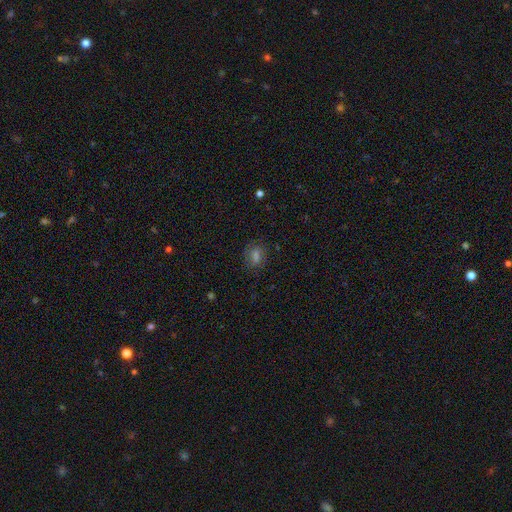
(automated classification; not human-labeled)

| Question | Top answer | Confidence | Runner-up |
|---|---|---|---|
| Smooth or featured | smooth | 54% | star or artifact (25%) |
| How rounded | in between | 58% | round (38%) |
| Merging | none | 78% | minor disturbance (14%) |